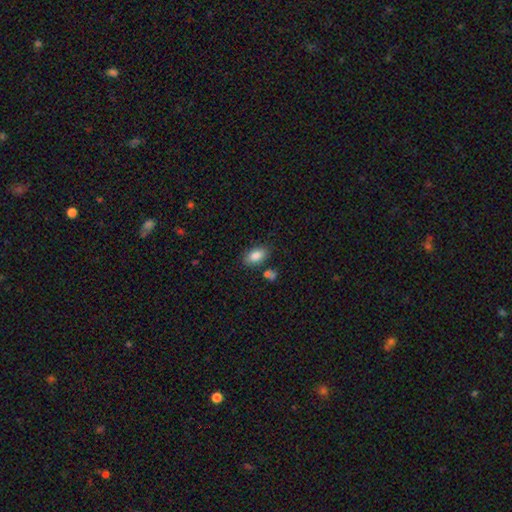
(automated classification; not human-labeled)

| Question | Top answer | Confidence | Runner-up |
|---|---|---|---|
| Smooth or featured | smooth | 85% | featured or disk (7%) |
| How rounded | in between | 91% | round (6%) |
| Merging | none | 79% | minor disturbance (12%) |